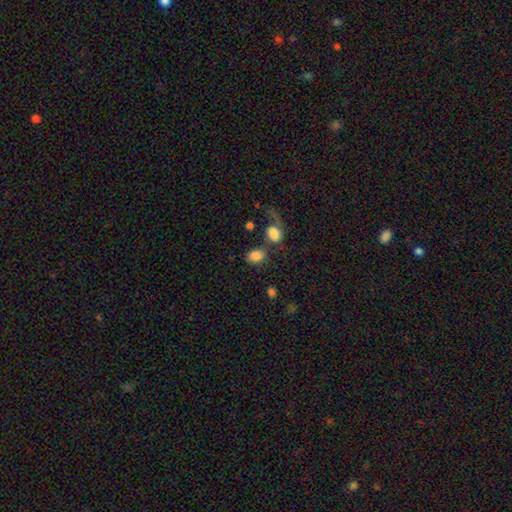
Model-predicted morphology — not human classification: Smooth or featured? smooth (84%)
How rounded? in between (70%)
Merging? none (60%)